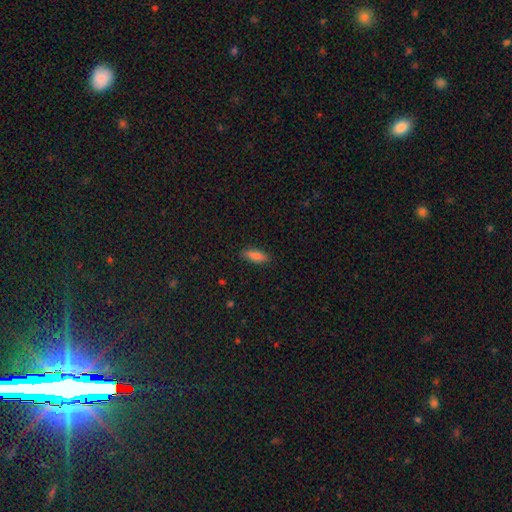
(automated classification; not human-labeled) smooth_or_featured: smooth (p=0.81) [alt: featured or disk p=0.11]
how_rounded: in between (p=0.60) [alt: cigar-shaped p=0.38]
merging: none (p=0.87) [alt: minor disturbance p=0.10]